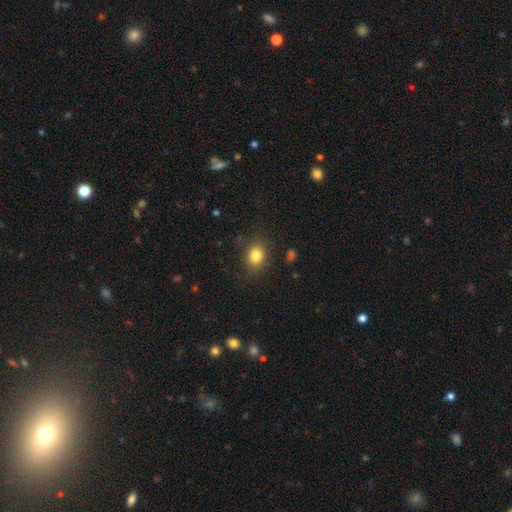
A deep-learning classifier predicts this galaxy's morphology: smooth-or-featured: smooth: 82% | star or artifact: 11% | featured or disk: 7%
  how-rounded: round: 53% | in between: 46% | cigar-shaped: 1%
  merging: none: 82% | minor disturbance: 12% | major disturbance: 4% | merger: 2%